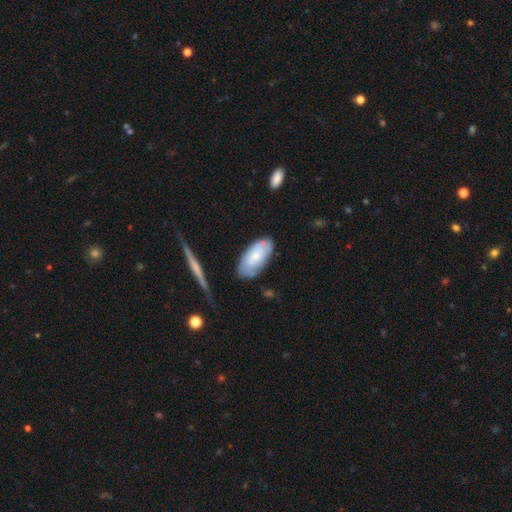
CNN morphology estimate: This appears to be a smooth galaxy with no disk features (58%) that is in between round and cigar-shaped (90%). Merging: none (72%).